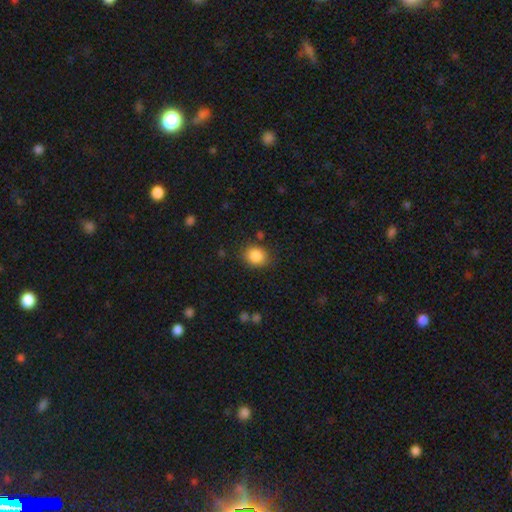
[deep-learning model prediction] Morphology: type=smooth (86%); roundness=round (64%); merging=none (82%).